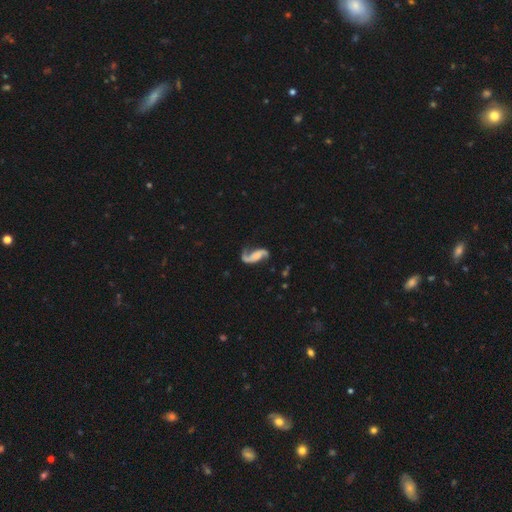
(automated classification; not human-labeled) featured or disk 86%, smooth 9%, star or artifact 5%. Down the decision tree: edge-on disk — no (97%); bar — no (50%); spiral arms — yes (96%); spiral arm count — 2 (89%); spiral winding — loose (71%); bulge size — none (46%); merging — none (66%).